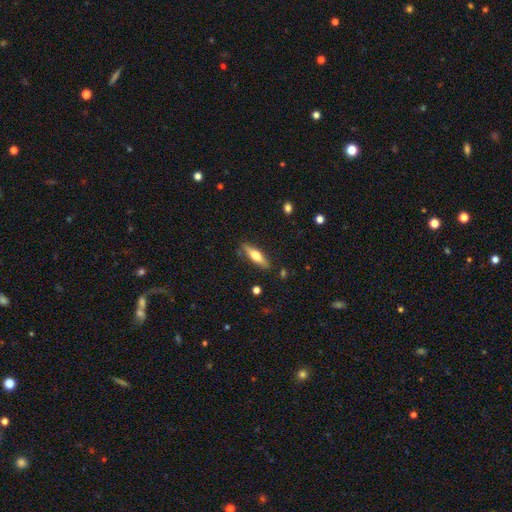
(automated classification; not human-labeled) Smooth or featured?
  - smooth: 50% *
  - featured or disk: 44%
  - star or artifact: 6%
How rounded?
  - cigar-shaped: 65% *
  - in between: 33%
  - round: 2%
Merging?
  - none: 85% *
  - minor disturbance: 11%
  - major disturbance: 2%
  - merger: 2%